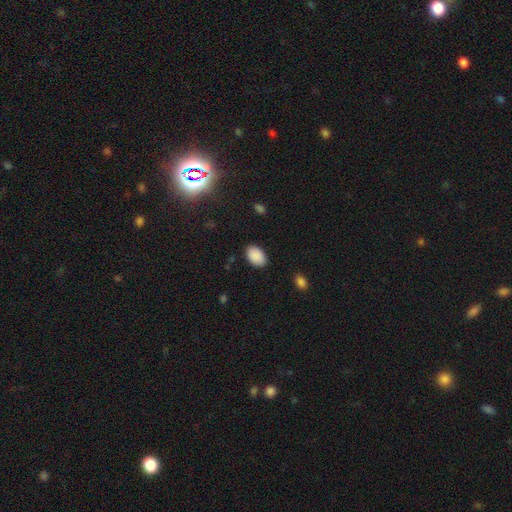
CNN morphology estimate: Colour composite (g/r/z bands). It shows a smooth galaxy with no disk features (90%) that is in between round and cigar-shaped (88%). Merging: none (86%).